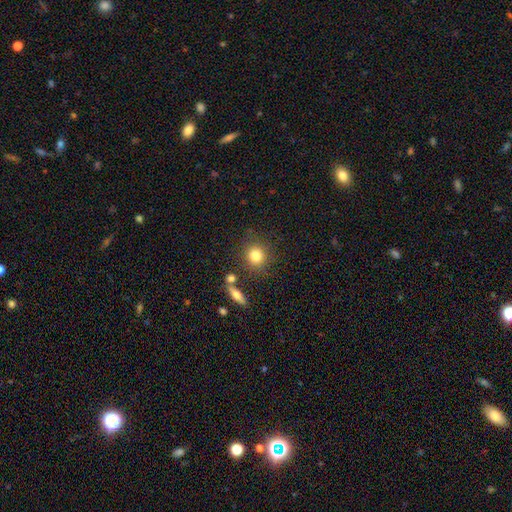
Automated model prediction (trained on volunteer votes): Morphology: type=smooth (80%); roundness=round (86%); merging=none (79%).